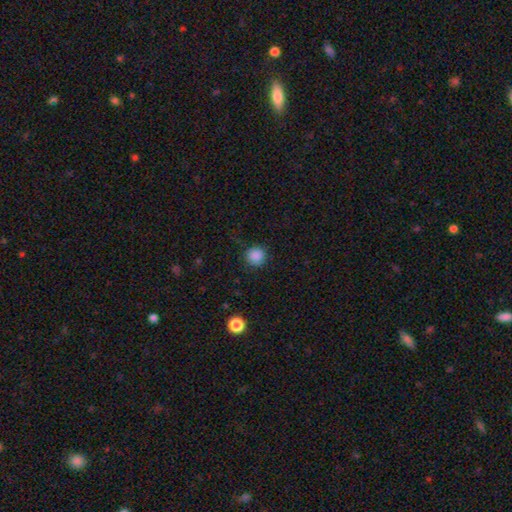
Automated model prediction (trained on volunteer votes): smooth 87%, star or artifact 11%, featured or disk 3%. Down the decision tree: how rounded — round (93%); merging — none (87%).